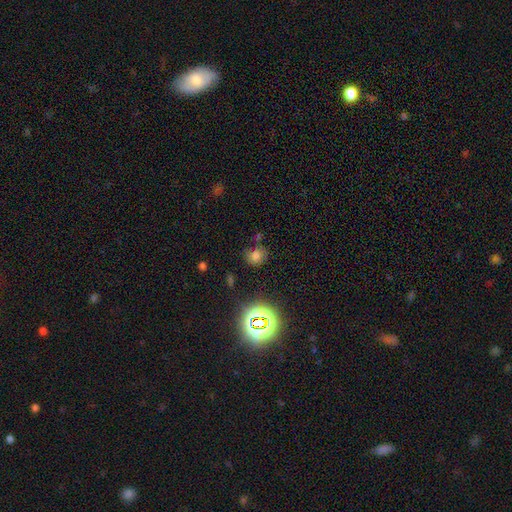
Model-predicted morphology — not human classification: Overall: smooth (66%). How rounded: round (76%). Merging: none (70%).